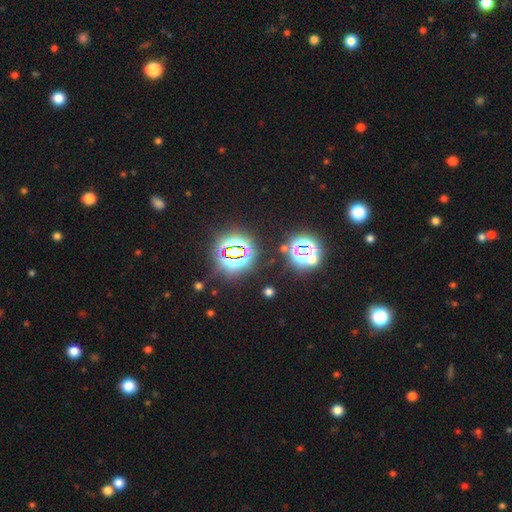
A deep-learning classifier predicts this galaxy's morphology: Smooth or featured? star or artifact (82%)